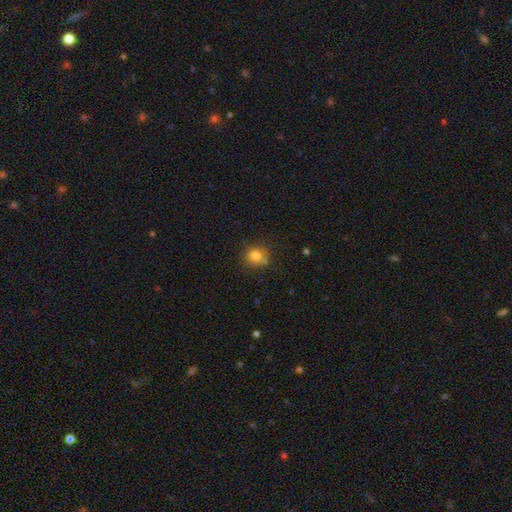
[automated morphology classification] smooth_or_featured: smooth (p=0.80) [alt: star or artifact p=0.13]
how_rounded: round (p=0.87) [alt: in between p=0.12]
merging: none (p=0.72) [alt: minor disturbance p=0.15]